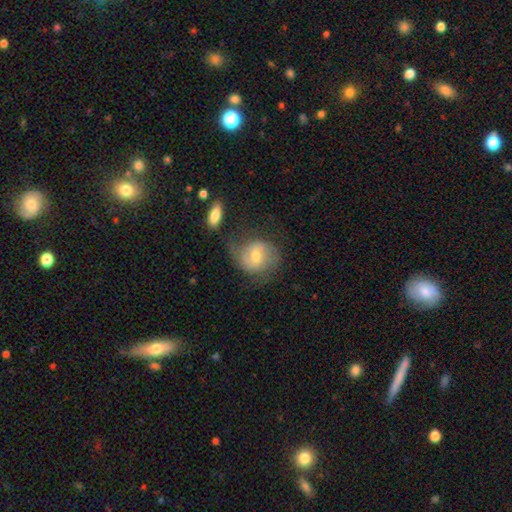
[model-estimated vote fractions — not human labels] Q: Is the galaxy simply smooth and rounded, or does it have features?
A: featured or disk — 52%.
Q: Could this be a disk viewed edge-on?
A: no — 96%.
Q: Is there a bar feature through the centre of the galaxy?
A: weak — 53%.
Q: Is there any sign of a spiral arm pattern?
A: yes — 81%.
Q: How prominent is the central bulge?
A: moderate — 59%.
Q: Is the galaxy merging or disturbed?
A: none — 57%.